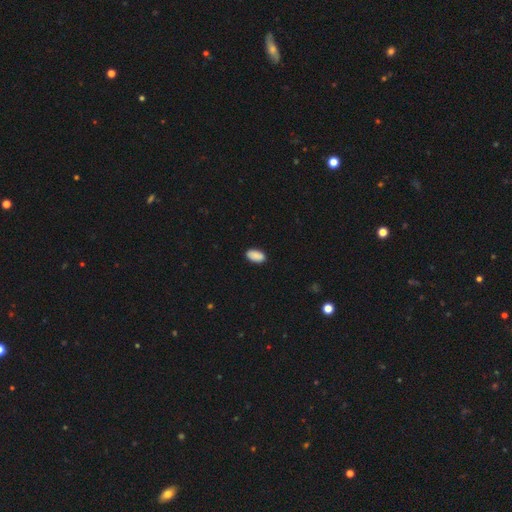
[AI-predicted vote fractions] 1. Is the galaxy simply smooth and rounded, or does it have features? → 90% smooth, 7% star or artifact, 3% featured or disk.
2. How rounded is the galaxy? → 94% in between, 3% round, 2% cigar-shaped.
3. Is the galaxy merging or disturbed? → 87% none, 10% minor disturbance, 2% major disturbance, 1% merger.